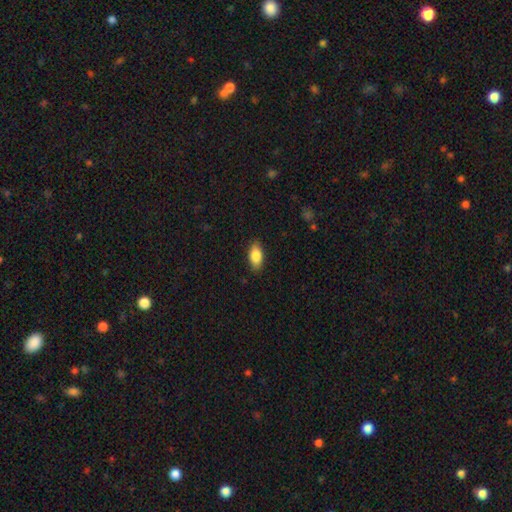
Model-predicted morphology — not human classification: Q: Smooth or featured?
A: smooth (87%); runner-up: star or artifact (7%)
Q: How rounded?
A: in between (91%); runner-up: cigar-shaped (5%)
Q: Merging?
A: none (86%); runner-up: minor disturbance (10%)